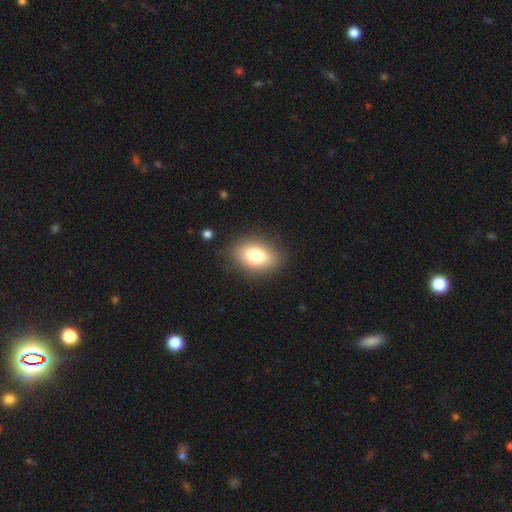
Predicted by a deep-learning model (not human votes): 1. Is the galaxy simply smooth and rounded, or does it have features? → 78% smooth, 13% featured or disk, 10% star or artifact.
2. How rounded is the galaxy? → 82% in between, 16% round, 2% cigar-shaped.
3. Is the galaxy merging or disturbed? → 82% none, 12% minor disturbance, 4% major disturbance, 2% merger.